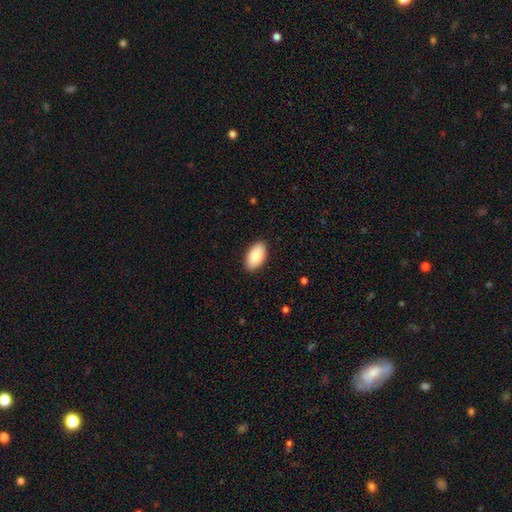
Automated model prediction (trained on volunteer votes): This appears to be a smooth galaxy with no disk features (88%) that is in between round and cigar-shaped (96%). Merging: none (90%).